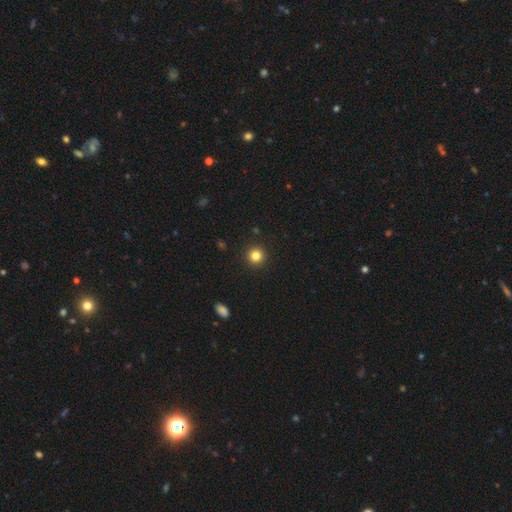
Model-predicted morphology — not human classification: The model was most divided on "smooth or featured": smooth: 82%, star or artifact: 12%, featured or disk: 5%. More confident: how rounded — round (95%); merging — none (93%).